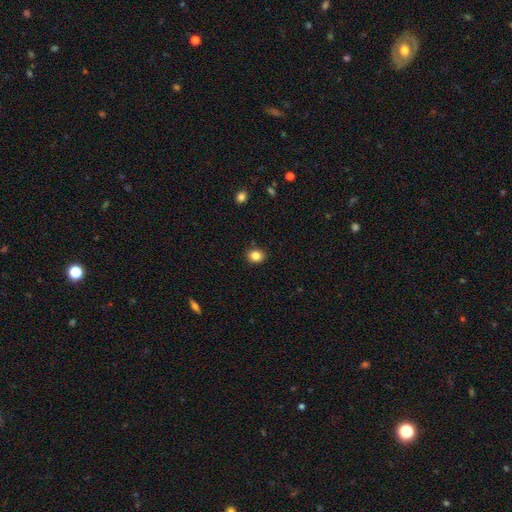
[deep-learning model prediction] smooth_or_featured: smooth (p=0.84) [alt: star or artifact p=0.10]
how_rounded: round (p=0.55) [alt: in between p=0.44]
merging: none (p=0.88) [alt: minor disturbance p=0.09]